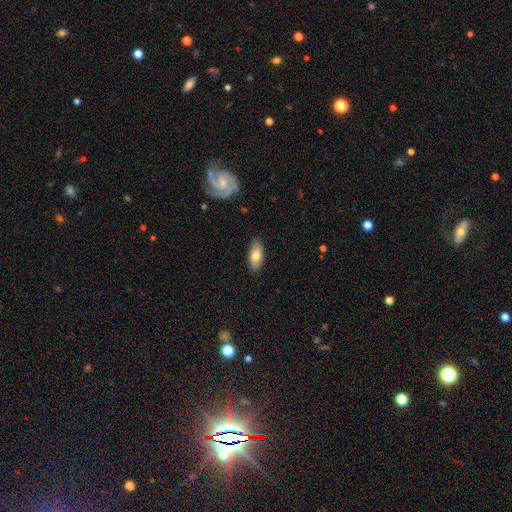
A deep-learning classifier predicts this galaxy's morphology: smooth-or-featured: smooth: 74% | featured or disk: 20% | star or artifact: 6%
  how-rounded: in between: 88% | cigar-shaped: 9% | round: 3%
  merging: none: 86% | minor disturbance: 10% | major disturbance: 2% | merger: 1%